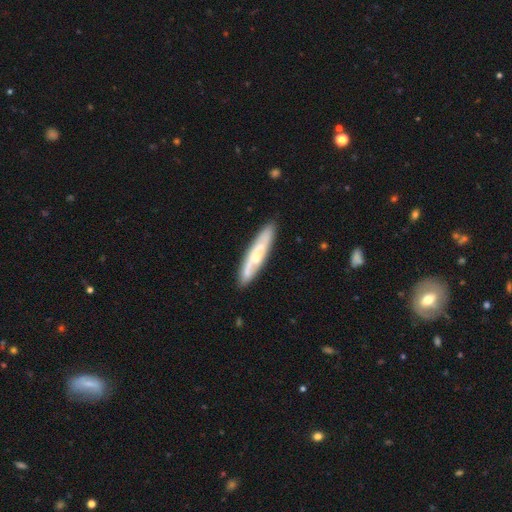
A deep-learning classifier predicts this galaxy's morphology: A featured or disk galaxy (54%) viewed edge-on (56%). Merging: none (82%).